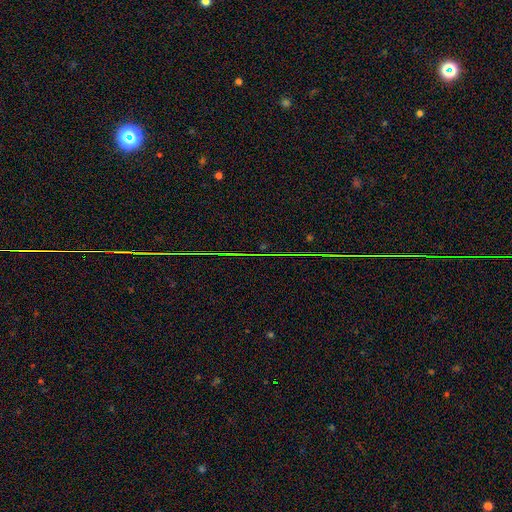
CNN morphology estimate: star or artifact 83%, smooth 9%, featured or disk 9%.